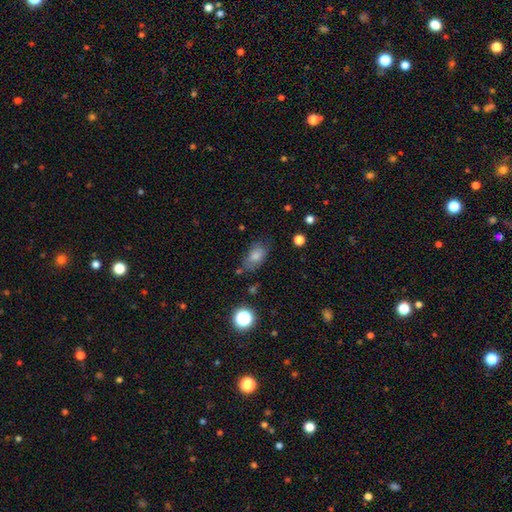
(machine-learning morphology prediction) Smooth or featured?
  - smooth: 79% *
  - featured or disk: 11%
  - star or artifact: 10%
How rounded?
  - in between: 87% *
  - round: 10%
  - cigar-shaped: 3%
Merging?
  - none: 66% *
  - minor disturbance: 22%
  - major disturbance: 7%
  - merger: 4%